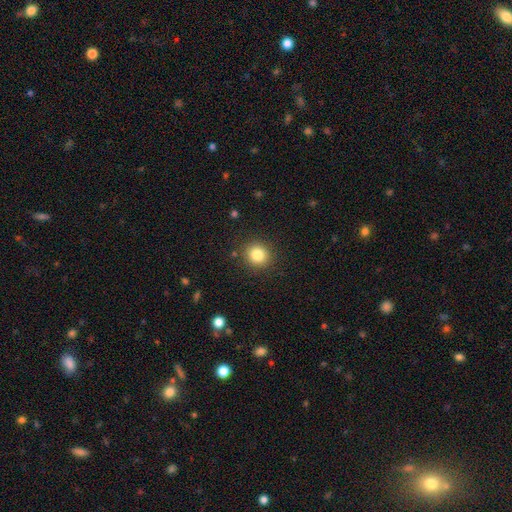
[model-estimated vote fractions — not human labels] A smooth galaxy with no disk features (82%) that is round (89%).

Vote fractions:
- Smooth or featured? smooth: 82% / star or artifact: 11% / featured or disk: 6%
- How rounded? round: 89% / in between: 10% / cigar-shaped: 1%
- Merging? none: 89% / minor disturbance: 7% / major disturbance: 3% / merger: 1%